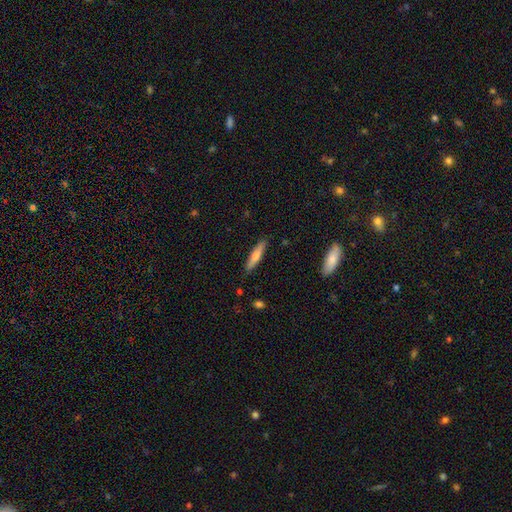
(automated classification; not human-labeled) This appears to be a smooth galaxy with no disk features (61%) that is cigar-shaped (86%). Merging: none (89%).